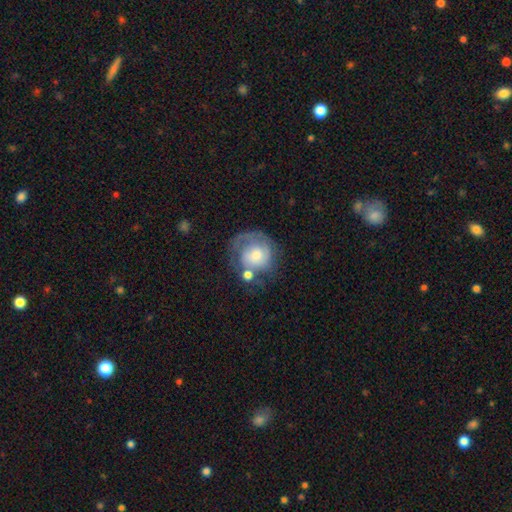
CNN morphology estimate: featured or disk 55%, smooth 38%, star or artifact 7%. Down the decision tree: edge-on disk — no (97%); bar — no (76%); spiral arms — yes (74%); bulge size — moderate (46%); merging — none (42%).